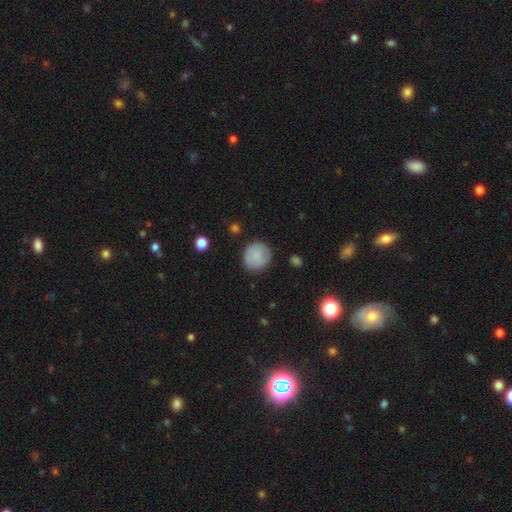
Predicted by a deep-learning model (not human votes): Q: Smooth or featured?
A: smooth (82%); runner-up: featured or disk (10%)
Q: How rounded?
A: round (89%); runner-up: in between (10%)
Q: Merging?
A: none (82%); runner-up: minor disturbance (13%)